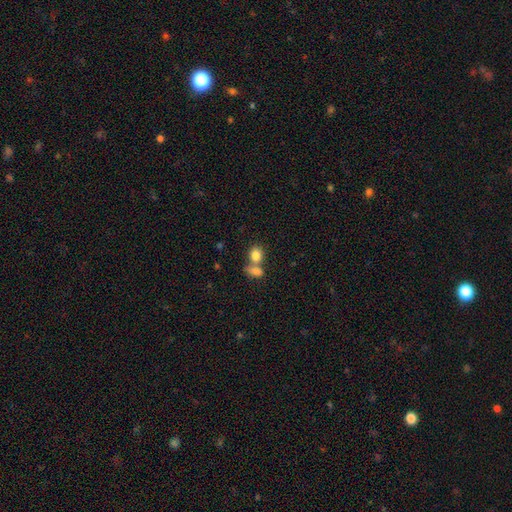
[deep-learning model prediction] smooth_or_featured: smooth (p=0.83) [alt: star or artifact p=0.09]
how_rounded: in between (p=0.51) [alt: round p=0.47]
merging: merger (p=0.53) [alt: none p=0.35]